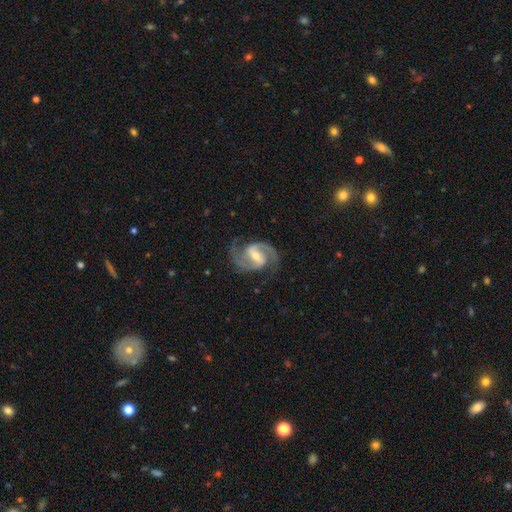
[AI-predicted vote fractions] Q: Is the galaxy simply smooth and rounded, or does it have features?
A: featured or disk — 93%.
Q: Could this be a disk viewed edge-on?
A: no — 98%.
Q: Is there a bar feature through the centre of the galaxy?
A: weak — 45%.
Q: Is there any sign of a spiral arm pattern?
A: yes — 98%.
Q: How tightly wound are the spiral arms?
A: medium — 64%.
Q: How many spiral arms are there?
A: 2 — 92%.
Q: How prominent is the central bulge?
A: moderate — 51%.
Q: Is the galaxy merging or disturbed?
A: none — 79%.